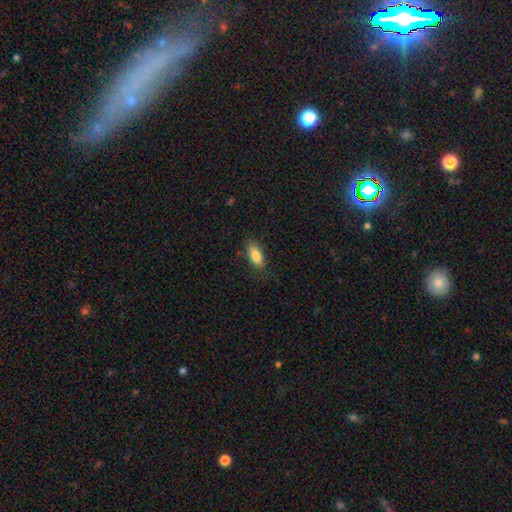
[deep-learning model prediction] The model was most divided on "merging": none: 78%, minor disturbance: 16%, major disturbance: 4%, merger: 1%. More confident: how rounded — in between (85%); smooth or featured — smooth (84%).